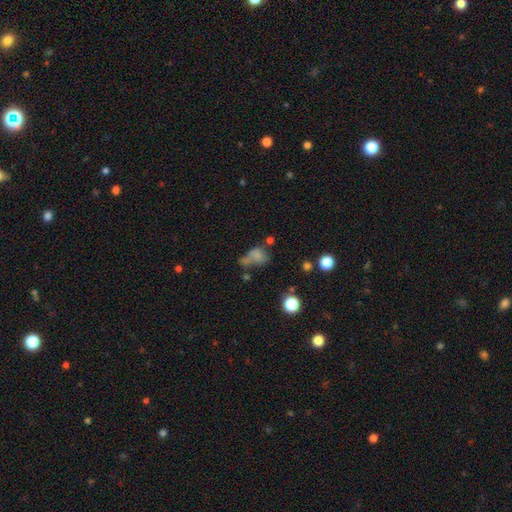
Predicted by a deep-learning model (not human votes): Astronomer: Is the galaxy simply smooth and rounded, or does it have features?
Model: smooth — 63%.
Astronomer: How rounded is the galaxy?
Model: in between — 65%.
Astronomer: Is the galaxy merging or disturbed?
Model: merger — 31% (runner-up: none, 25%).